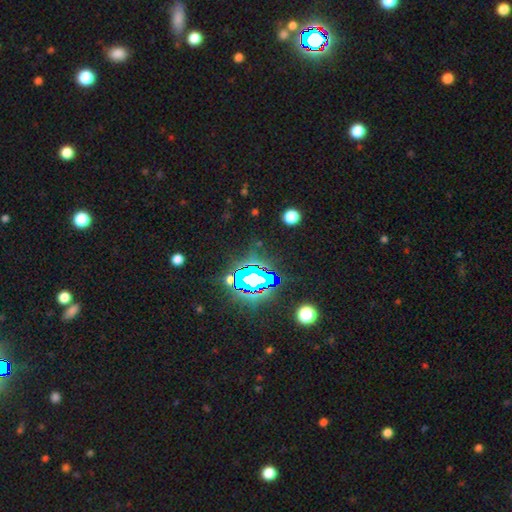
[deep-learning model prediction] Smooth or featured? Predicted: star or artifact (p=0.82).